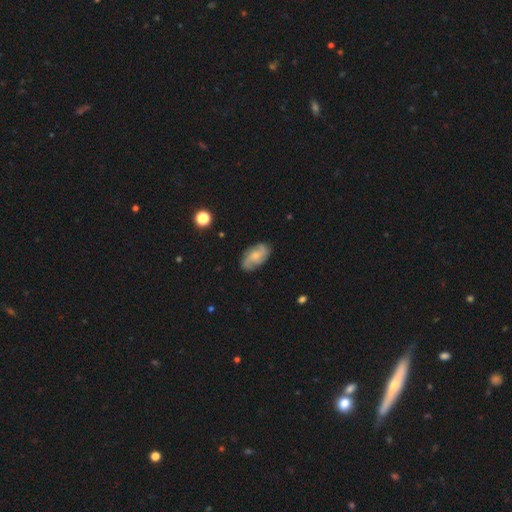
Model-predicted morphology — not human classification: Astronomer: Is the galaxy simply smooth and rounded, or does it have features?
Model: featured or disk — 68%.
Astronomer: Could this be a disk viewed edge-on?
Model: no — 96%.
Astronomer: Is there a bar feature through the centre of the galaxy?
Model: no — 68%.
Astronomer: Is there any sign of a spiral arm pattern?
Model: yes — 92%.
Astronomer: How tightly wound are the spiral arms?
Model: medium — 46% (runner-up: tight, 30%).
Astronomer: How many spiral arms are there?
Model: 2 — 35% (runner-up: 3, 31%).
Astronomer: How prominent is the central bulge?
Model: small — 50% (runner-up: moderate, 37%).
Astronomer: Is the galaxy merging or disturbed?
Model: none — 78%.